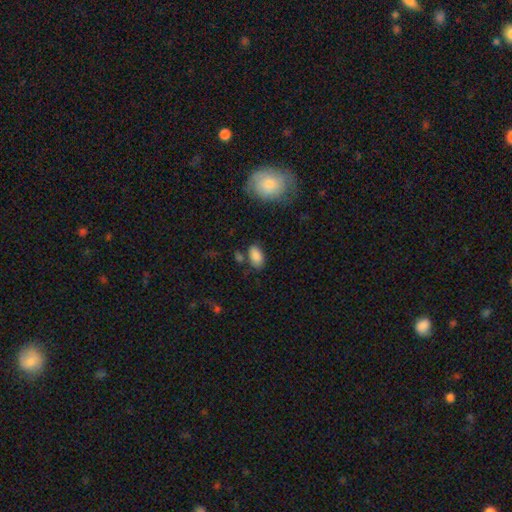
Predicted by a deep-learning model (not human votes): Q: Smooth or featured?
A: smooth (87%); runner-up: star or artifact (8%)
Q: How rounded?
A: in between (92%); runner-up: round (6%)
Q: Merging?
A: none (71%); runner-up: minor disturbance (16%)